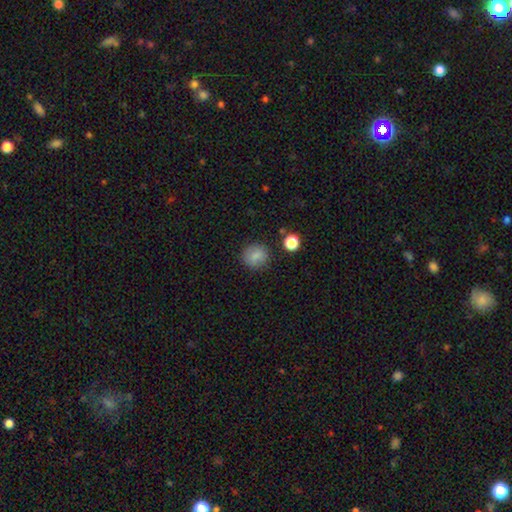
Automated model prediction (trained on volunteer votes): Smooth or featured? smooth (84%)
How rounded? round (88%)
Merging? none (85%)